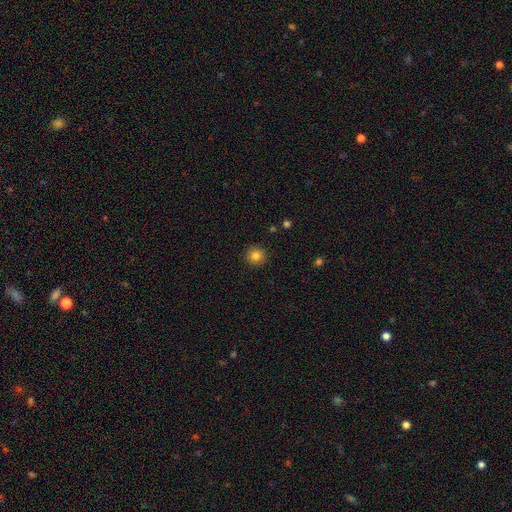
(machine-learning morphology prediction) Q: Smooth or featured?
A: smooth (83%); runner-up: star or artifact (11%)
Q: How rounded?
A: round (95%); runner-up: in between (4%)
Q: Merging?
A: none (91%); runner-up: minor disturbance (6%)